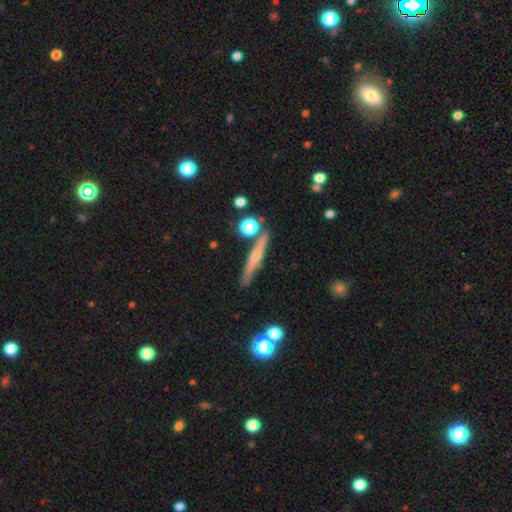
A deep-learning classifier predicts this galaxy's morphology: smooth-or-featured: featured or disk: 53% | smooth: 39% | star or artifact: 9%
  disk-edge-on: yes: 95% | no: 5%
  merging: none: 82% | minor disturbance: 10% | merger: 6% | major disturbance: 3%